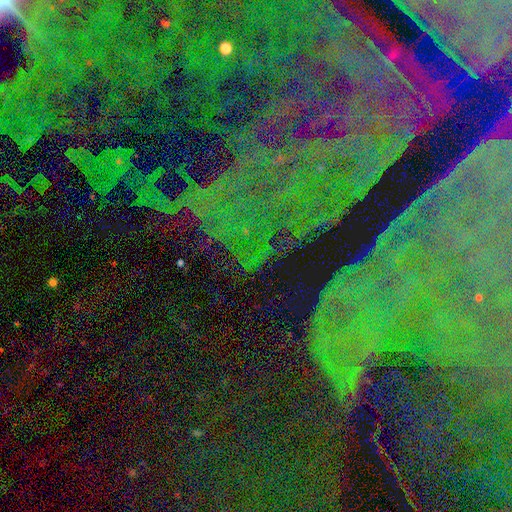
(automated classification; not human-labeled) smooth_or_featured: star or artifact (p=0.81) [alt: featured or disk p=0.11]